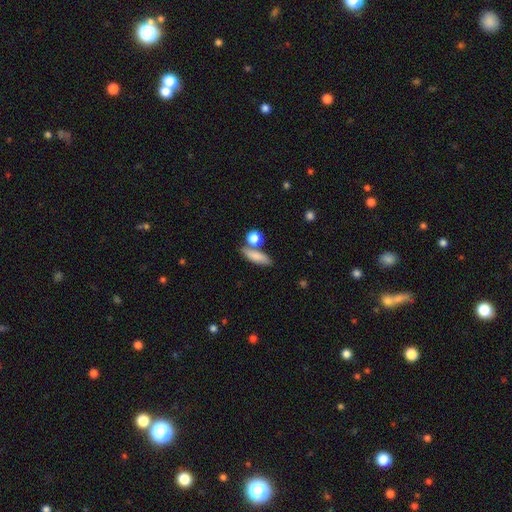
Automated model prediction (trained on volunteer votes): Smooth or featured: smooth — 79% (featured or disk — 13%)
How rounded: in between — 47% (cigar-shaped — 43%)
Merging: none — 63% (merger — 19%)